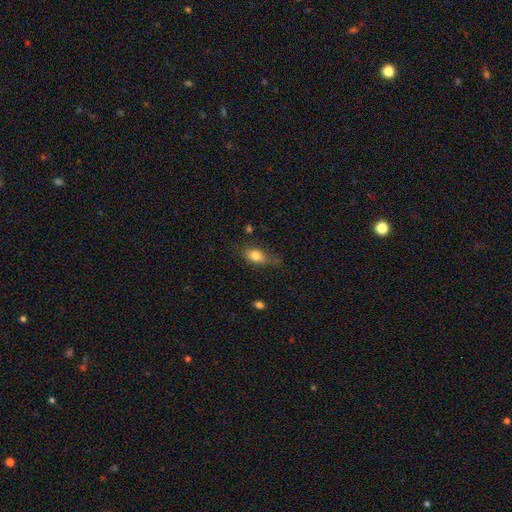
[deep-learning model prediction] Overall: smooth (81%). How rounded: in between (81%). Merging: none (65%; minor disturbance 25%).